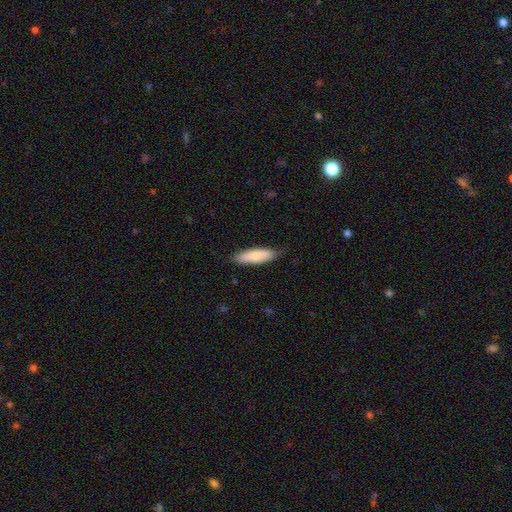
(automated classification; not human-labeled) The model was most divided on "how rounded": cigar-shaped: 52%, in between: 46%, round: 2%. More confident: merging — none (79%); smooth or featured — smooth (78%).